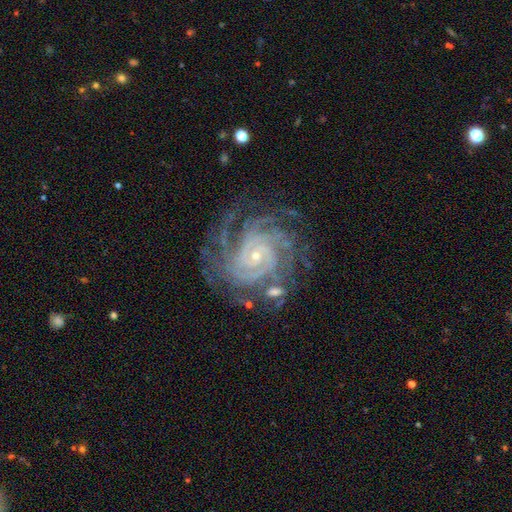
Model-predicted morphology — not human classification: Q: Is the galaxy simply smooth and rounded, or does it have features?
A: featured or disk — 91%.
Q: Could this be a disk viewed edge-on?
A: no — 98%.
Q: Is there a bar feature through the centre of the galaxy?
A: no — 68%.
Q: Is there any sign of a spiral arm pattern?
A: yes — 98%.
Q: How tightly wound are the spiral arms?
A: tight — 79%.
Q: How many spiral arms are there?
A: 4 — 31%.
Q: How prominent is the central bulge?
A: small — 82%.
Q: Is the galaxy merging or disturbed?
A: none — 71%.